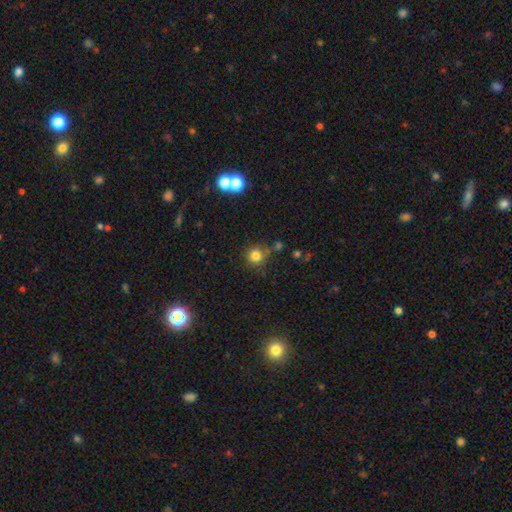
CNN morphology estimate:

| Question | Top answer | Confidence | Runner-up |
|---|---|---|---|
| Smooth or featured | smooth | 80% | star or artifact (14%) |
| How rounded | round | 93% | in between (6%) |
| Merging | none | 77% | minor disturbance (10%) |